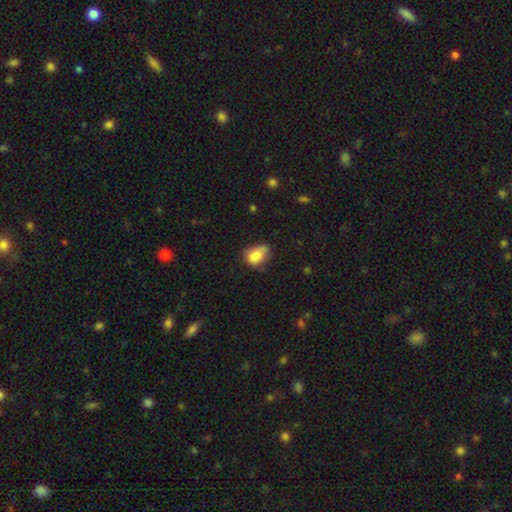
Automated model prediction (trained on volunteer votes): smooth 79%, featured or disk 12%, star or artifact 9%. Down the decision tree: how rounded — in between (80%); merging — none (40%).